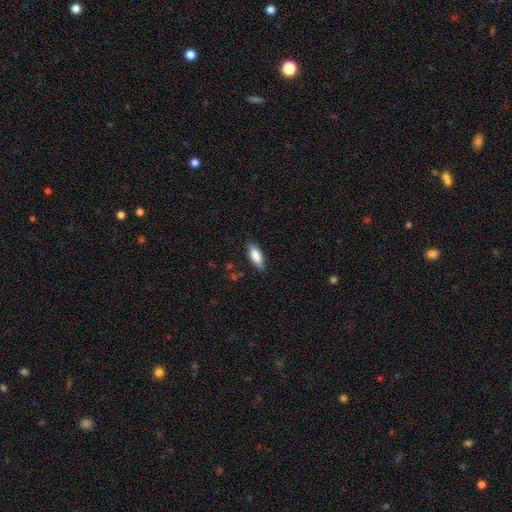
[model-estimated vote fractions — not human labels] Q: Smooth or featured?
A: smooth (83%); runner-up: featured or disk (11%)
Q: How rounded?
A: in between (76%); runner-up: cigar-shaped (22%)
Q: Merging?
A: none (82%); runner-up: minor disturbance (14%)